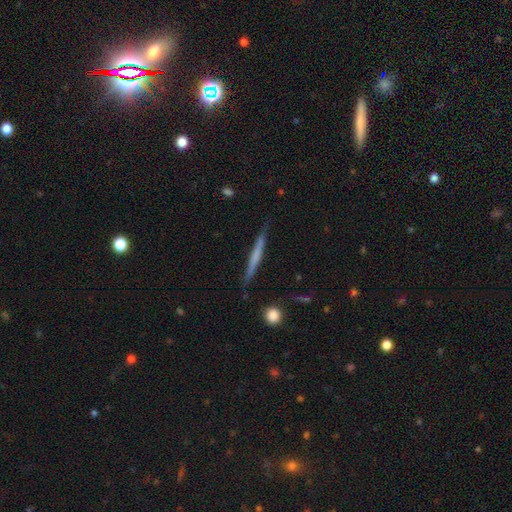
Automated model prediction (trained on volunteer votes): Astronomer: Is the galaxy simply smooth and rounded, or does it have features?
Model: featured or disk — 51% (runner-up: smooth, 44%).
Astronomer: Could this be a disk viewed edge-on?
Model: yes — 97%.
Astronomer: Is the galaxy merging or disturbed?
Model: none — 85%.